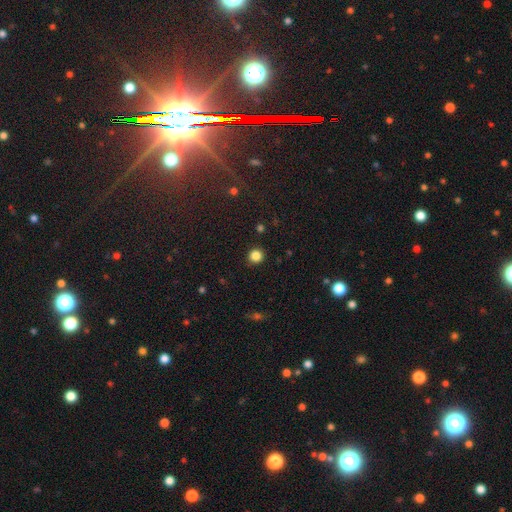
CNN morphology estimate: Smooth or featured?
  - smooth: 85% *
  - star or artifact: 12%
  - featured or disk: 3%
How rounded?
  - round: 94% *
  - in between: 5%
  - cigar-shaped: 1%
Merging?
  - none: 92% *
  - minor disturbance: 5%
  - major disturbance: 2%
  - merger: 1%